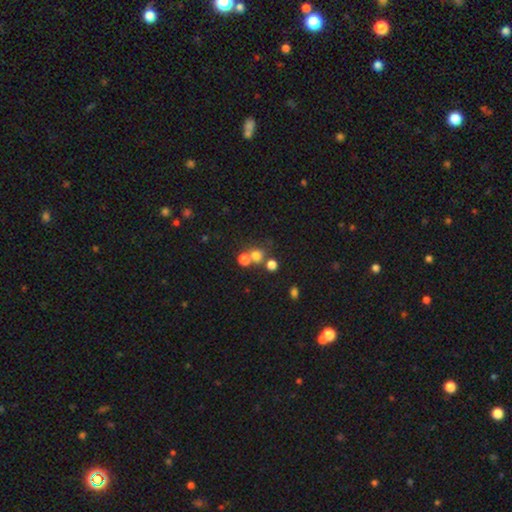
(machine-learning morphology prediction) This appears to be a smooth galaxy with no disk features (70%) that is round (82%). Merging: none (50%).